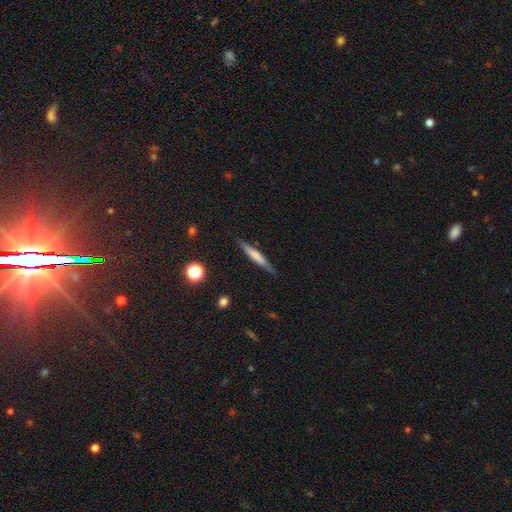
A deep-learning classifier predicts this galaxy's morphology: This appears to be a smooth galaxy with no disk features (53%) that is cigar-shaped (94%). Merging: none (85%).